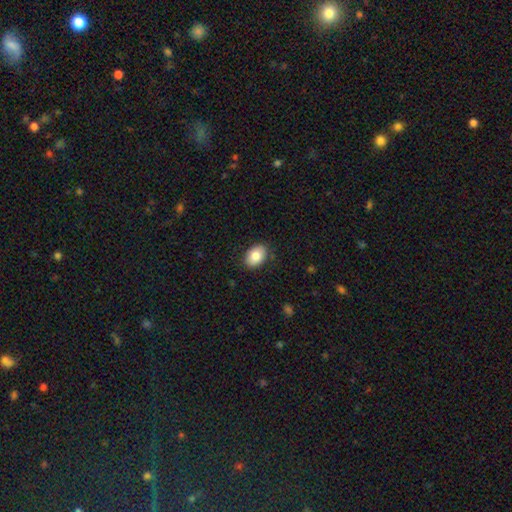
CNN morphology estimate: smooth-or-featured: smooth: 83% | featured or disk: 10% | star or artifact: 7%
  how-rounded: in between: 82% | round: 17% | cigar-shaped: 1%
  merging: none: 87% | minor disturbance: 10% | major disturbance: 2% | merger: 1%